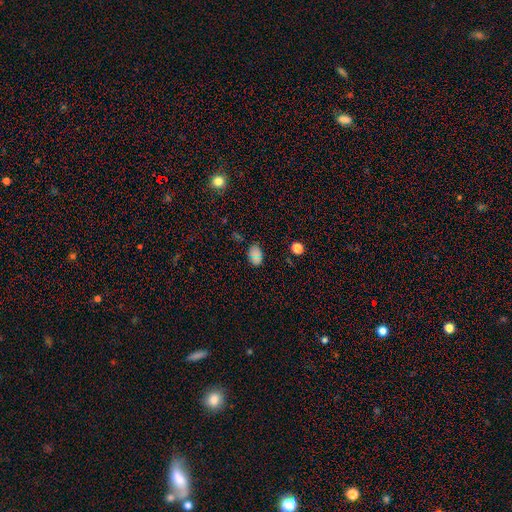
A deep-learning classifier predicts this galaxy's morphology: Overall: smooth (76%). How rounded: in between (86%). Merging: none (81%).